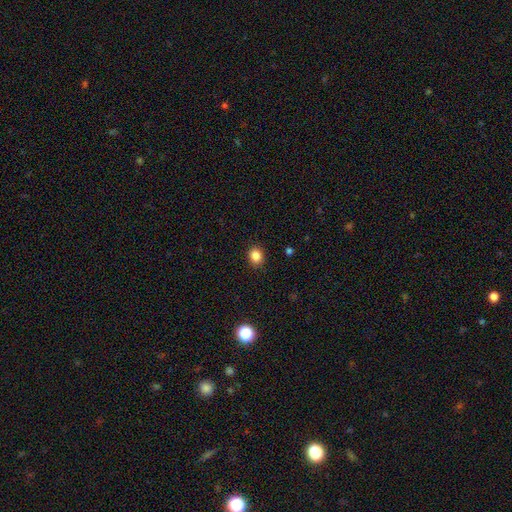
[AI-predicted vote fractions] A smooth galaxy with no disk features (85%) that is round (64%). Merging: none (89%).